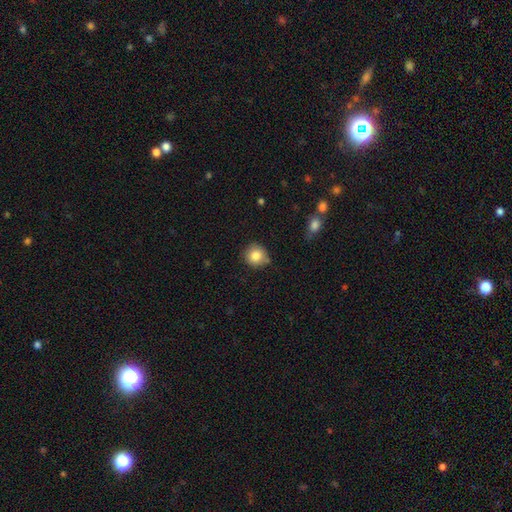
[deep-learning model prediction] The model was most divided on "merging": none: 76%, minor disturbance: 18%, major disturbance: 3%, merger: 3%. More confident: how rounded — round (91%); smooth or featured — smooth (83%).